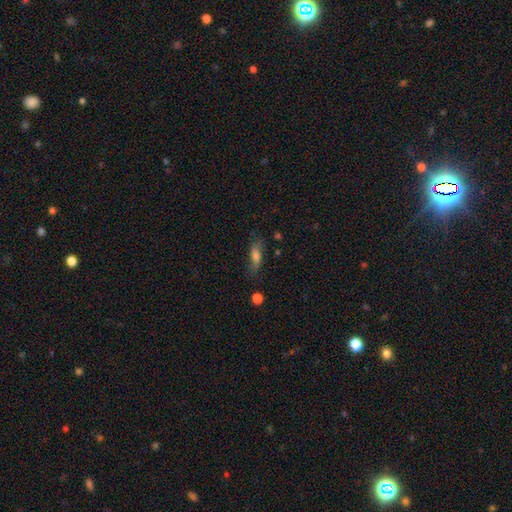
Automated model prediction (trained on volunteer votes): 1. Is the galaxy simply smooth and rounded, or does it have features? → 59% smooth, 28% featured or disk, 12% star or artifact.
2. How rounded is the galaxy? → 57% in between, 39% cigar-shaped, 5% round.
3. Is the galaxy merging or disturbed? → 63% none, 23% minor disturbance, 11% major disturbance, 3% merger.